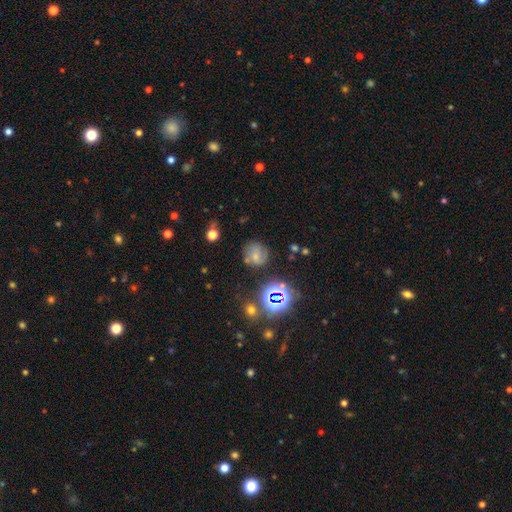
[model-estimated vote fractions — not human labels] smooth-or-featured: smooth: 43% | featured or disk: 36% | star or artifact: 21%
  merging: none: 66% | minor disturbance: 20% | major disturbance: 9% | merger: 5%